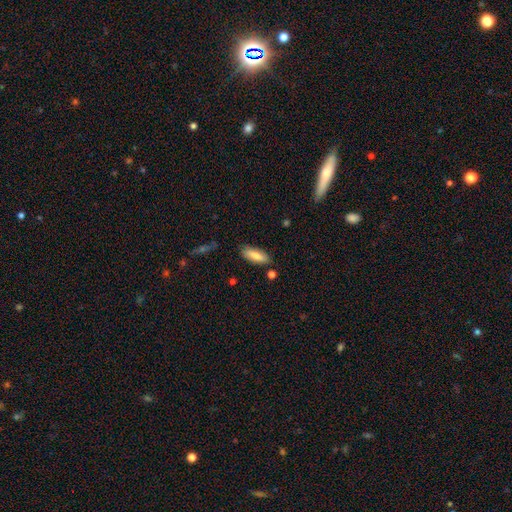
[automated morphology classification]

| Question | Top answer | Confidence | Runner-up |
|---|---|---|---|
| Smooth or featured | smooth | 78% | featured or disk (15%) |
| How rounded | in between | 65% | cigar-shaped (33%) |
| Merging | none | 80% | minor disturbance (15%) |